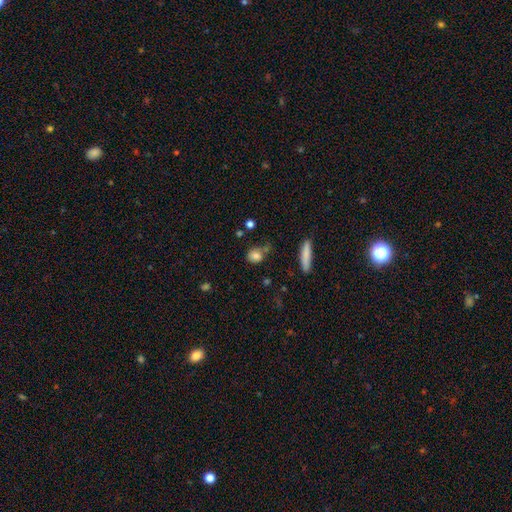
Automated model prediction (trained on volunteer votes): Morphology: type=smooth (81%); roundness=round (50%); merging=none (64%).